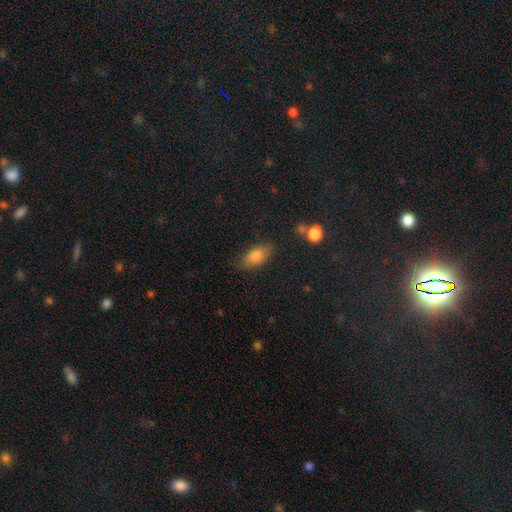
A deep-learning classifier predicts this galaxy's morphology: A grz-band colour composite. It shows a smooth galaxy with no disk features (81%) that is in between round and cigar-shaped (86%). Merging: none (75%).